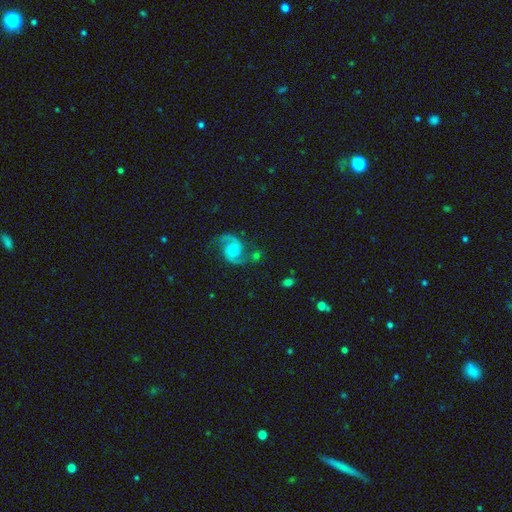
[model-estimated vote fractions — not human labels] Smooth or featured? Predicted: featured or disk (p=0.83). Edge-on disk? Predicted: no (p=0.98). Bar? Predicted: no (p=0.68). Spiral arms? Predicted: yes (p=0.96). Spiral winding? Predicted: medium (p=0.53). Spiral arm count? Predicted: 2 (p=0.93). Bulge size? Predicted: moderate (p=0.71). Merging? Predicted: none (p=0.75).